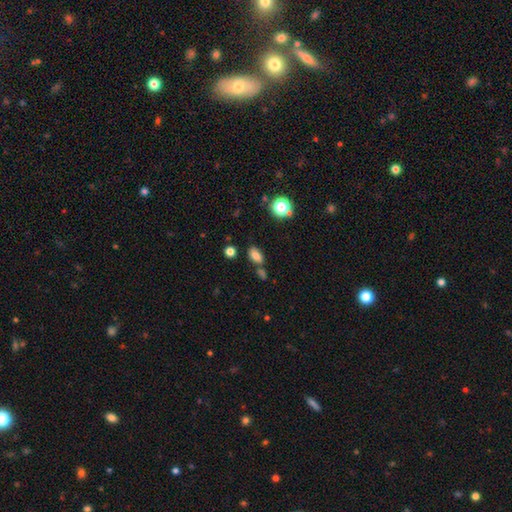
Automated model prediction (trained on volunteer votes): Q: Smooth or featured?
A: smooth (80%); runner-up: star or artifact (12%)
Q: How rounded?
A: in between (86%); runner-up: round (11%)
Q: Merging?
A: none (68%); runner-up: merger (15%)